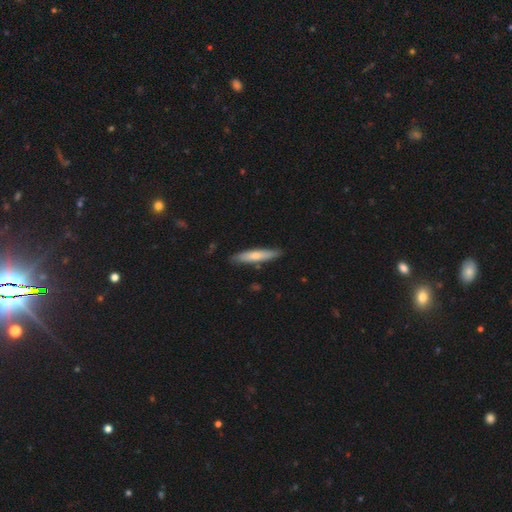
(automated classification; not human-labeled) A smooth galaxy with no disk features (67%) that is cigar-shaped (89%). Merging: none (86%).